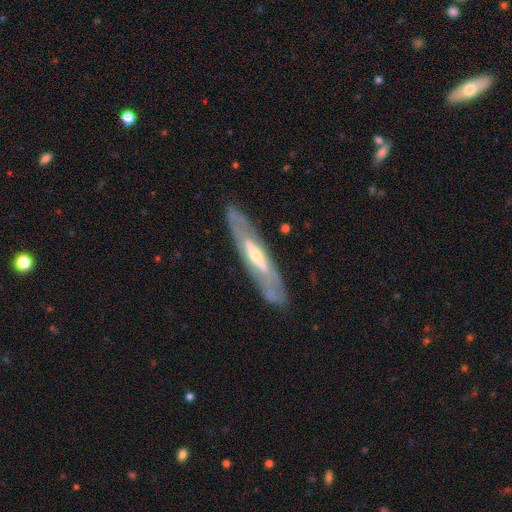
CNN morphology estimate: type=featured or disk (76%); edge-on=yes (51%); merging=none (85%).